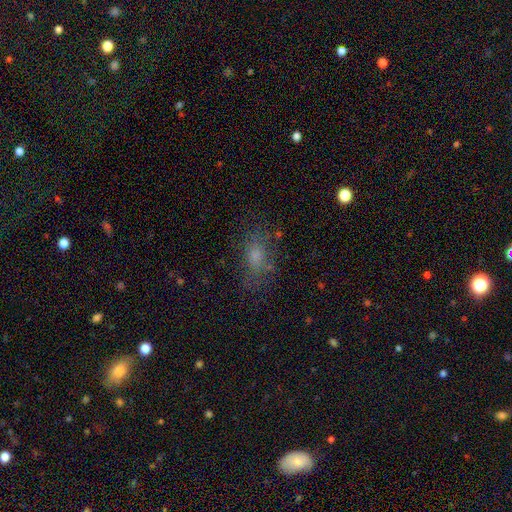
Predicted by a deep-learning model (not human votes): smooth-or-featured: smooth: 69% | featured or disk: 18% | star or artifact: 13%
  how-rounded: in between: 81% | round: 13% | cigar-shaped: 6%
  merging: none: 64% | minor disturbance: 20% | major disturbance: 13% | merger: 3%